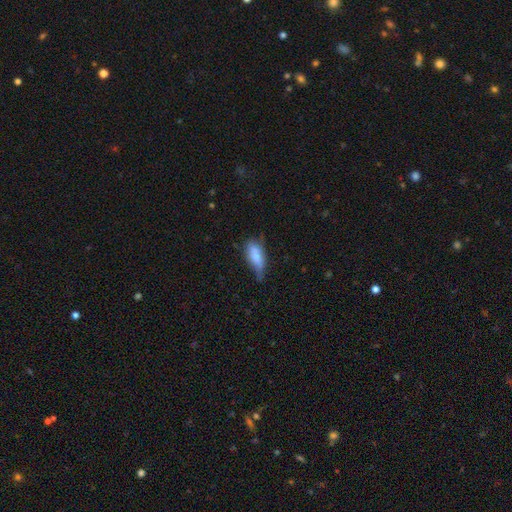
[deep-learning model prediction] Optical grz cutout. It shows a smooth galaxy with no disk features (76%) that is in between round and cigar-shaped (73%). Merging: minor disturbance (45%).